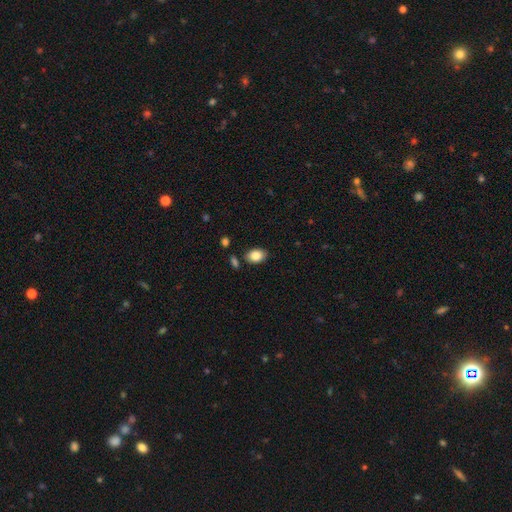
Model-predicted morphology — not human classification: A smooth galaxy with no disk features (85%) that is in between round and cigar-shaped (83%). Merging: none (82%).